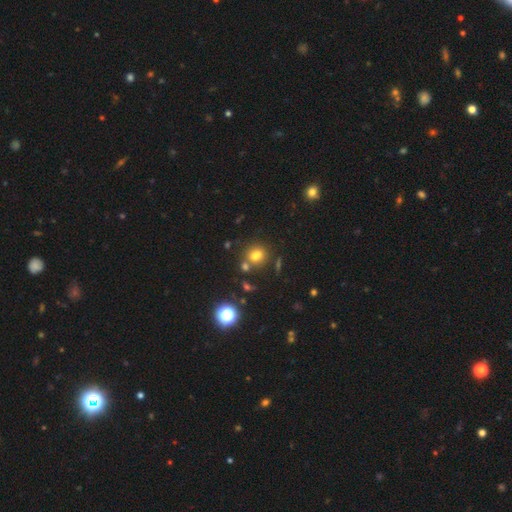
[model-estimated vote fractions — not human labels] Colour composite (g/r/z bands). It shows a smooth galaxy with no disk features (73%) that is round (62%). Merging: none (65%).